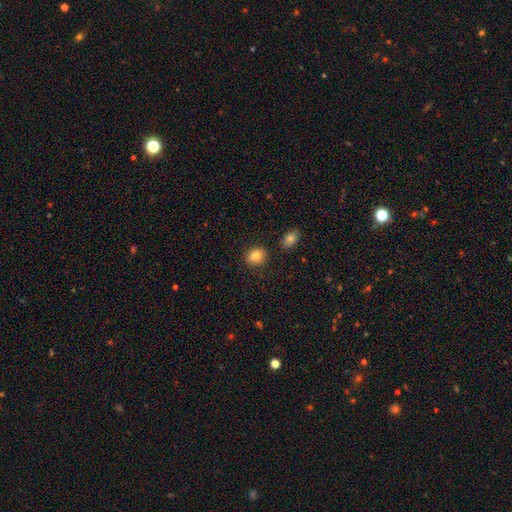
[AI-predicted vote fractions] Smooth or featured?
  - smooth: 83% *
  - star or artifact: 9%
  - featured or disk: 8%
How rounded?
  - round: 54% *
  - in between: 45%
  - cigar-shaped: 1%
Merging?
  - none: 87% *
  - minor disturbance: 8%
  - merger: 3%
  - major disturbance: 2%